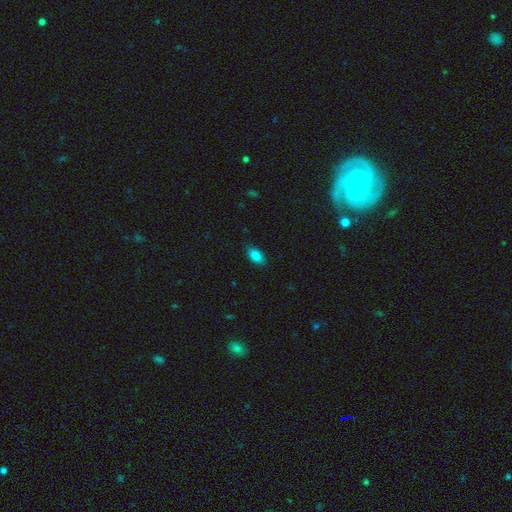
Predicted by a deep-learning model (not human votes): smooth_or_featured: smooth (p=0.85) [alt: star or artifact p=0.08]
how_rounded: in between (p=0.90) [alt: cigar-shaped p=0.06]
merging: none (p=0.86) [alt: minor disturbance p=0.11]